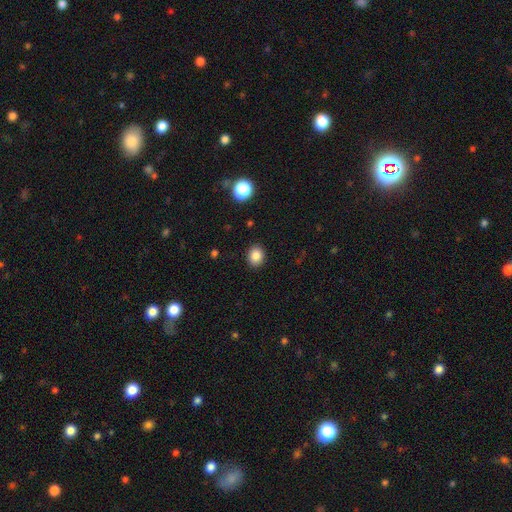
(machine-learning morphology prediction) type=smooth (85%); roundness=round (57%); merging=none (89%).